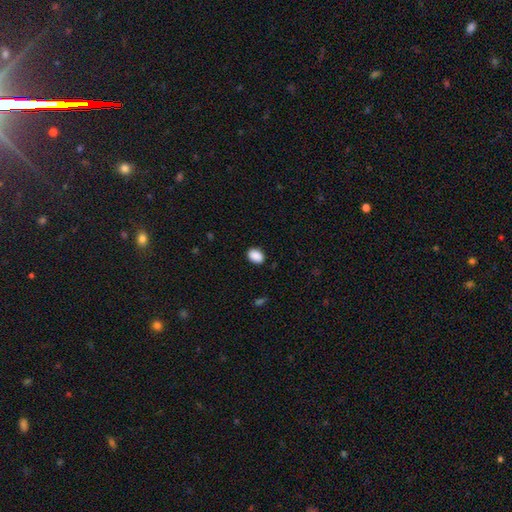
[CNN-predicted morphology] Q: Smooth or featured?
A: smooth (90%); runner-up: star or artifact (8%)
Q: How rounded?
A: in between (73%); runner-up: round (26%)
Q: Merging?
A: none (87%); runner-up: minor disturbance (9%)